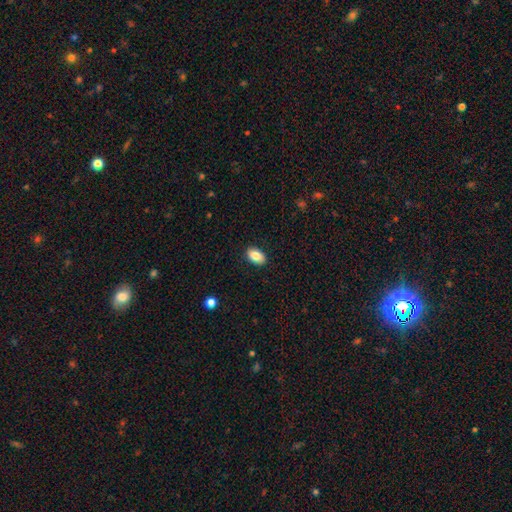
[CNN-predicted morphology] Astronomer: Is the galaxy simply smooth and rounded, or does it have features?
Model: smooth — 86%.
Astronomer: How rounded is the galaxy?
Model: in between — 90%.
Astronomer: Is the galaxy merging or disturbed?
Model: none — 89%.